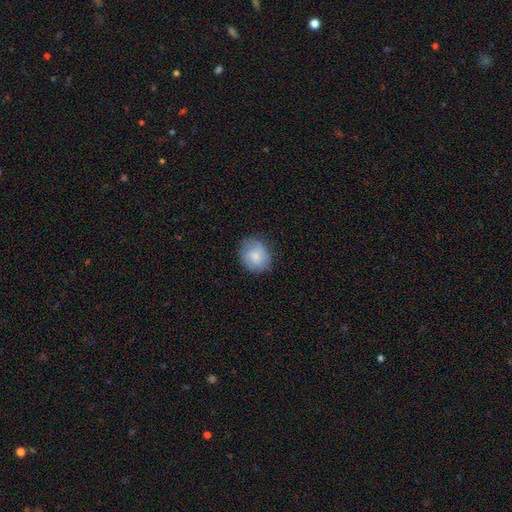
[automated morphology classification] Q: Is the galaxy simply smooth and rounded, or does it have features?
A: smooth — 73%.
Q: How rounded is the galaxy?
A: round — 74%.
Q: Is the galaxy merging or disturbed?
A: none — 75%.